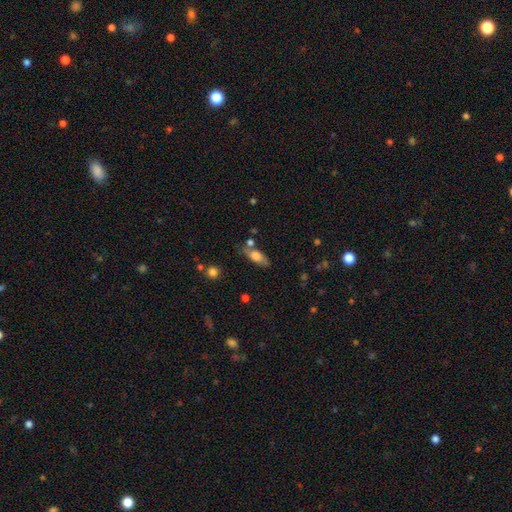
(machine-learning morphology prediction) smooth-or-featured: smooth: 69% | featured or disk: 23% | star or artifact: 8%
  how-rounded: in between: 79% | cigar-shaped: 17% | round: 5%
  merging: none: 58% | minor disturbance: 22% | merger: 13% | major disturbance: 8%